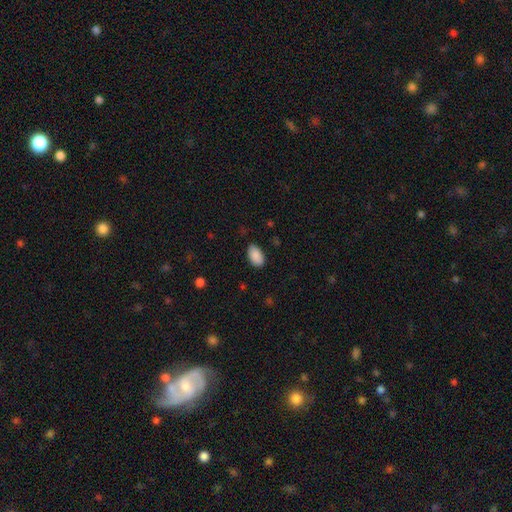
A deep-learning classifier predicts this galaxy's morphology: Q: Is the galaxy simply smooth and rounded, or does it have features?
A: smooth — 90%.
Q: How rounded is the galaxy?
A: in between — 94%.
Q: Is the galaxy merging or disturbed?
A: none — 84%.